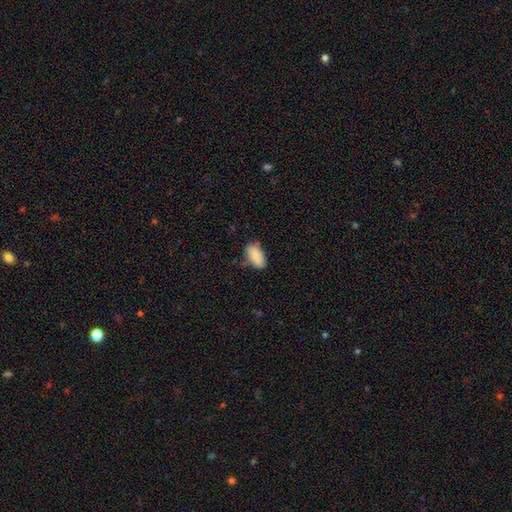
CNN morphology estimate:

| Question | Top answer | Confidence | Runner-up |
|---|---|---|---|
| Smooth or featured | smooth | 86% | featured or disk (7%) |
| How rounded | in between | 94% | round (3%) |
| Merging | none | 70% | minor disturbance (23%) |